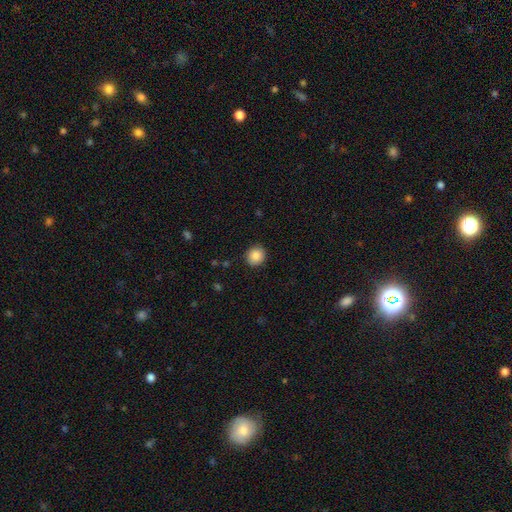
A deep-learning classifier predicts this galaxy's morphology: Smooth or featured: smooth — 88% (star or artifact — 9%)
How rounded: round — 87% (in between — 12%)
Merging: none — 90% (minor disturbance — 7%)